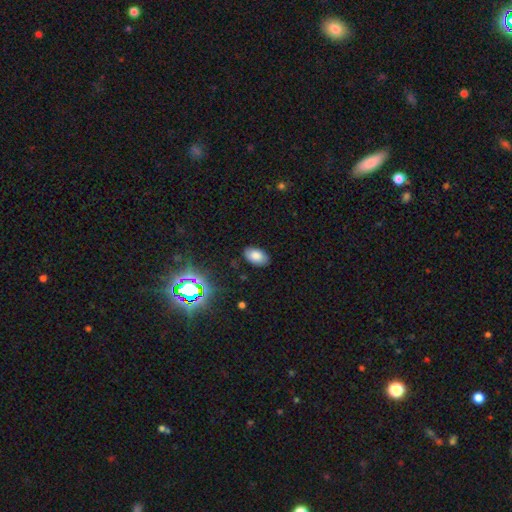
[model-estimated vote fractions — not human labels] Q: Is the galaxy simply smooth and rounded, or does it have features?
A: smooth — 80%.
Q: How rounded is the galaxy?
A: in between — 92%.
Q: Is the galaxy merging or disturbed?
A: none — 85%.